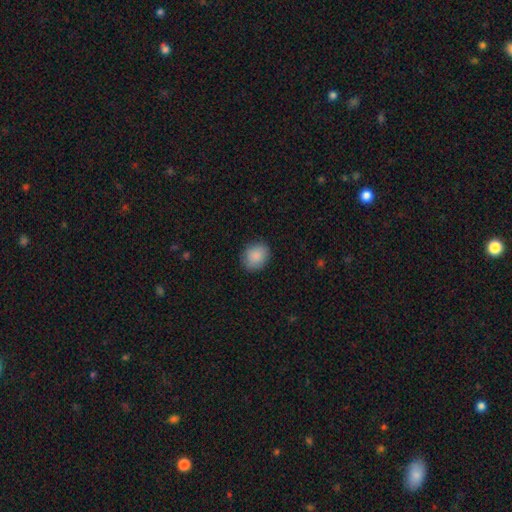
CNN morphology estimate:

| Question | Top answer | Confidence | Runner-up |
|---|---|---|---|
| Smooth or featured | smooth | 89% | star or artifact (7%) |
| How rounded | round | 63% | in between (36%) |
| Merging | none | 87% | minor disturbance (10%) |